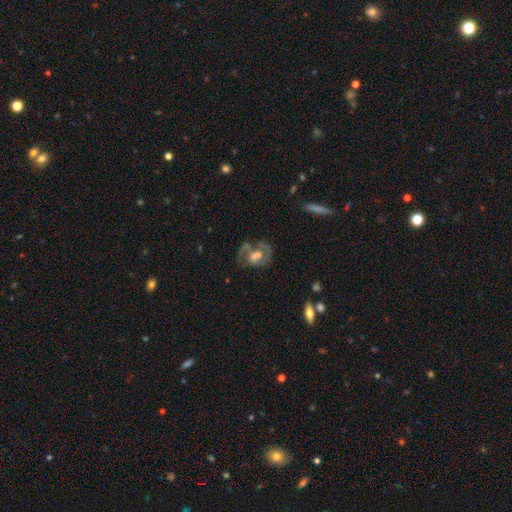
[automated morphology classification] A featured or disk galaxy (62%) with no bar (63%), spiral arms (58%) and a moderate central bulge (34%).

Vote fractions:
- Smooth or featured? featured or disk: 62% / smooth: 29% / star or artifact: 10%
- Edge-on disk? no: 97% / yes: 3%
- Bar? no: 63% / weak: 29% / strong: 8%
- Spiral arms? yes: 58% / no: 42%
- Bulge size? moderate: 34% / large: 28% / none: 19% / small: 16% / dominant: 3%
- Merging? none: 38% / major disturbance: 30% / minor disturbance: 19% / merger: 13%